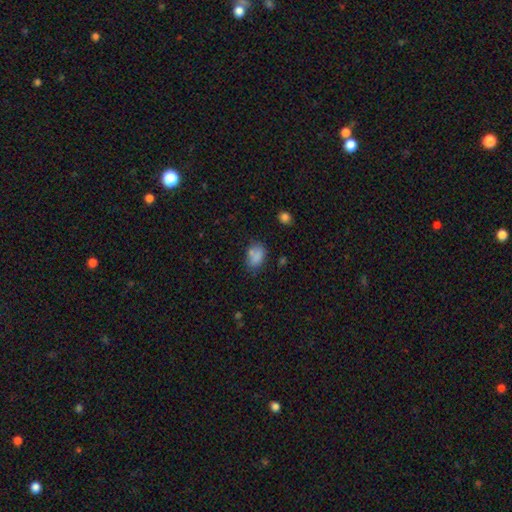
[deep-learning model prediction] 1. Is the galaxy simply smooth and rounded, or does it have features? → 79% smooth, 11% featured or disk, 11% star or artifact.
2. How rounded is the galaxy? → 80% in between, 19% round, 1% cigar-shaped.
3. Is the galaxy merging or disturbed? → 60% none, 21% minor disturbance, 11% merger, 7% major disturbance.